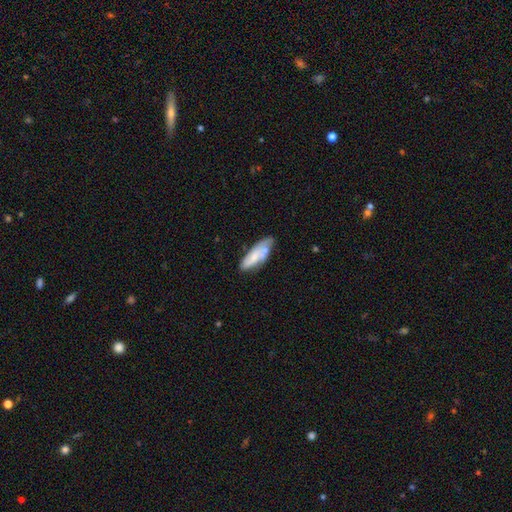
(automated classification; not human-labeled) This is possibly a smooth galaxy (56%). How rounded: likely in between (64%). Merging: possibly none (51%).